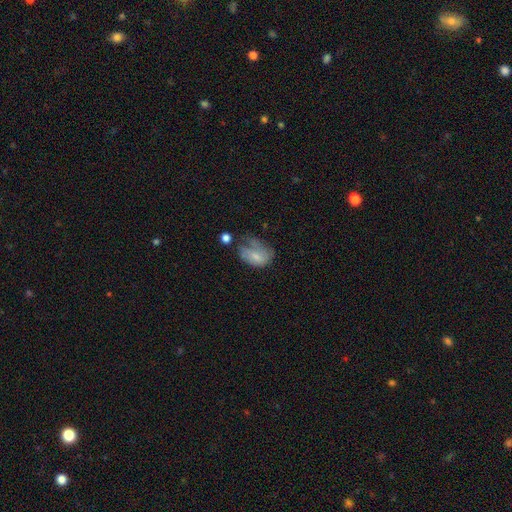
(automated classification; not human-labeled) The model was most divided on "merging": major disturbance: 34%, minor disturbance: 33%, none: 26%, merger: 7%. More confident: how rounded — in between (81%); smooth or featured — smooth (63%).